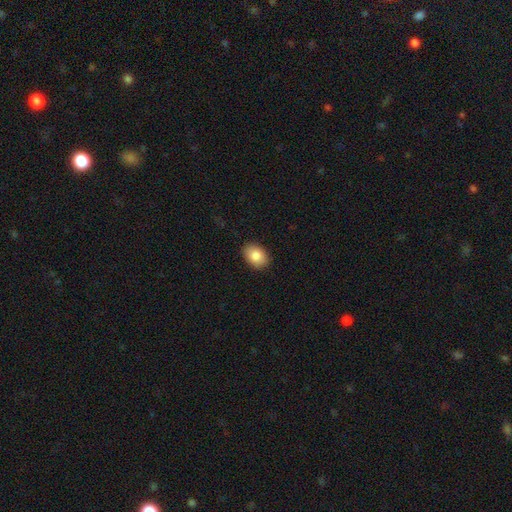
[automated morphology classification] Smooth or featured?
  - smooth: 86% *
  - star or artifact: 7%
  - featured or disk: 7%
How rounded?
  - in between: 79% *
  - round: 20%
  - cigar-shaped: 1%
Merging?
  - none: 89% *
  - minor disturbance: 8%
  - major disturbance: 2%
  - merger: 1%